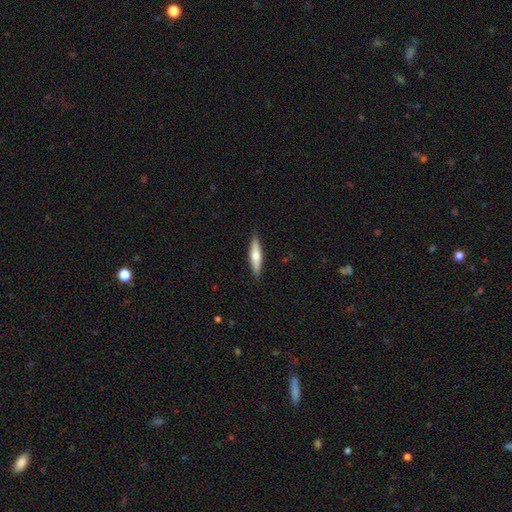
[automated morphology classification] Smooth or featured? smooth (57%)
How rounded? cigar-shaped (79%)
Merging? none (90%)